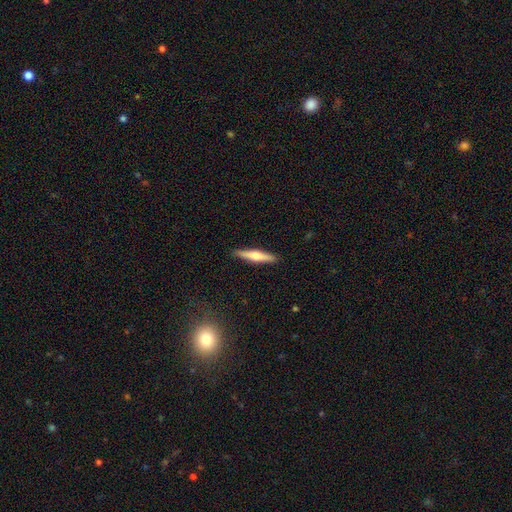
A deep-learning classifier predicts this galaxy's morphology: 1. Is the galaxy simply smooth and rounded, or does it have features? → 50% featured or disk, 44% smooth, 6% star or artifact.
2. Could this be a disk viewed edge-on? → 96% yes, 4% no.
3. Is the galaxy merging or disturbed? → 91% none, 7% minor disturbance, 1% major disturbance, 1% merger.